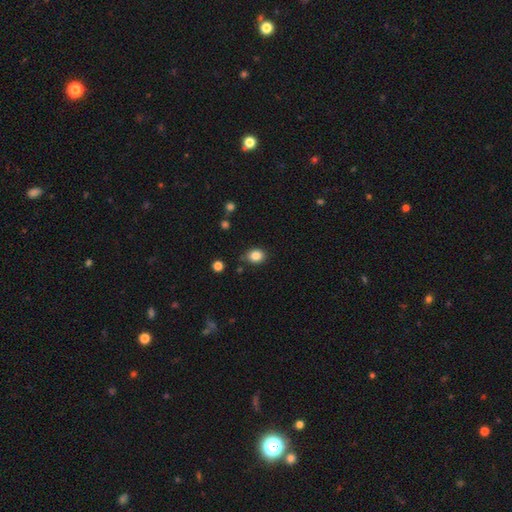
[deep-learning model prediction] A smooth galaxy with no disk features (84%) that is round (51%). Merging: none (78%).